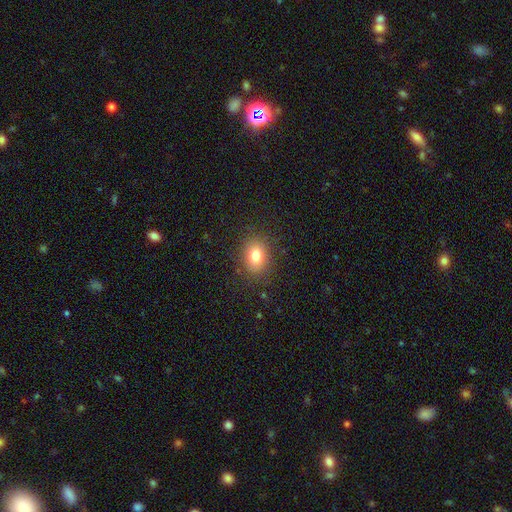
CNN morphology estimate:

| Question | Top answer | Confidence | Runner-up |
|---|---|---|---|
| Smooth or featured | smooth | 79% | star or artifact (12%) |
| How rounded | in between | 55% | round (44%) |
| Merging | none | 85% | minor disturbance (10%) |